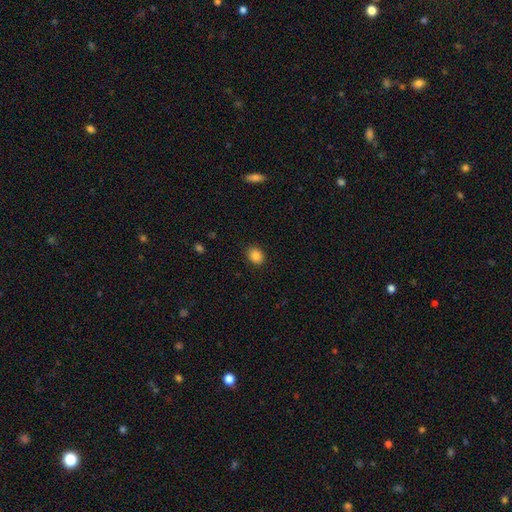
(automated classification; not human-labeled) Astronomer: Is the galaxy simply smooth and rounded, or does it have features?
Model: smooth — 86%.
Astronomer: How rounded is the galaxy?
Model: round — 51% (runner-up: in between, 48%).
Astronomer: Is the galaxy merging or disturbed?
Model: none — 90%.